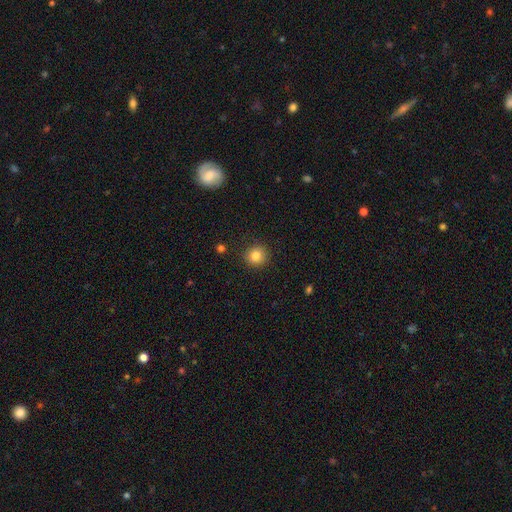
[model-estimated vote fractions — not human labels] smooth_or_featured: smooth (p=0.83) [alt: star or artifact p=0.11]
how_rounded: round (p=0.91) [alt: in between p=0.08]
merging: none (p=0.90) [alt: minor disturbance p=0.07]